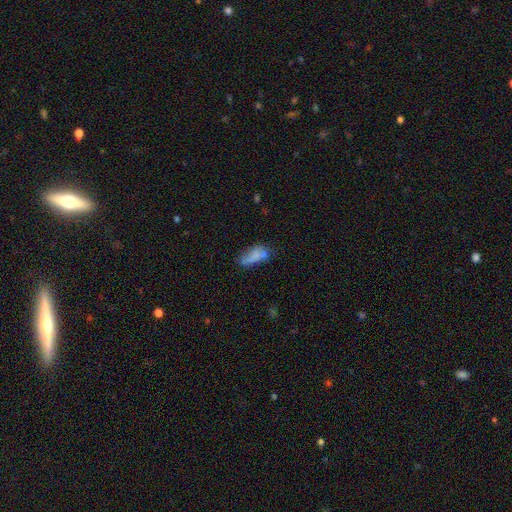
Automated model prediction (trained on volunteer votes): A smooth galaxy with no disk features (66%) that is in between round and cigar-shaped (80%).

Vote fractions:
- Smooth or featured? smooth: 66% / featured or disk: 23% / star or artifact: 12%
- How rounded? in between: 80% / cigar-shaped: 15% / round: 5%
- Merging? none: 35% / minor disturbance: 25% / merger: 21% / major disturbance: 19%